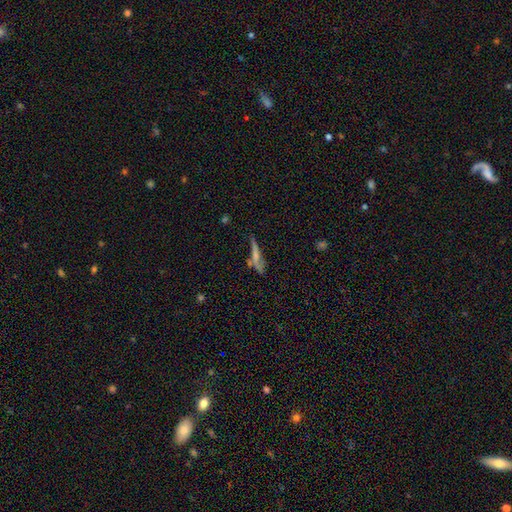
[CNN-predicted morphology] type=smooth (53%); roundness=cigar-shaped (86%); merging=none (53%).